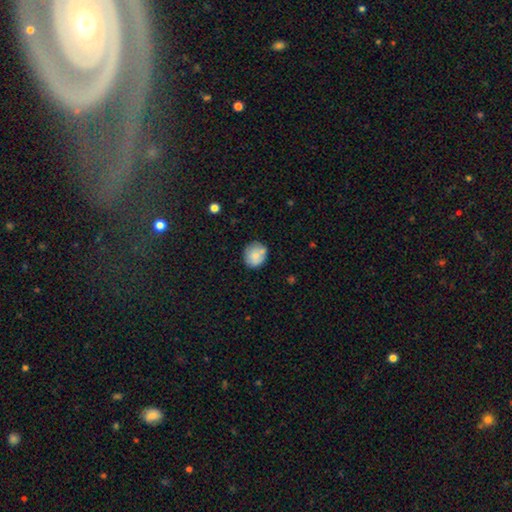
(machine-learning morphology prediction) Smooth or featured: smooth — 78% (featured or disk — 14%)
How rounded: round — 80% (in between — 19%)
Merging: none — 72% (minor disturbance — 17%)